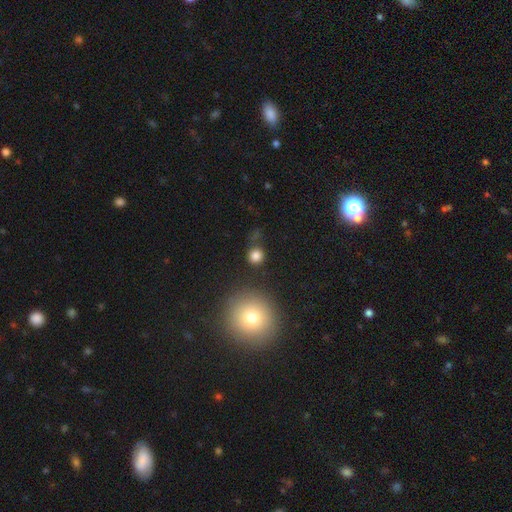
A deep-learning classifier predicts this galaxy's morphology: Smooth or featured?
  - smooth: 82% *
  - star or artifact: 13%
  - featured or disk: 5%
How rounded?
  - round: 91% *
  - in between: 8%
  - cigar-shaped: 1%
Merging?
  - none: 81% *
  - minor disturbance: 10%
  - merger: 6%
  - major disturbance: 4%